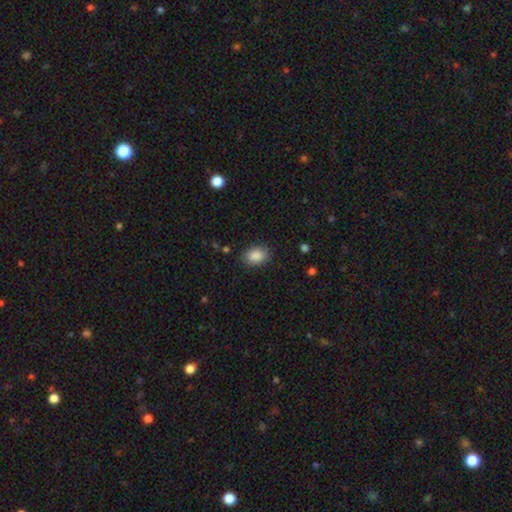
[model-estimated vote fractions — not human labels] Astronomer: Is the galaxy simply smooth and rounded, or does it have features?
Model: smooth — 88%.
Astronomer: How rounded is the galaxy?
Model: in between — 81%.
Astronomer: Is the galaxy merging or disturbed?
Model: none — 85%.